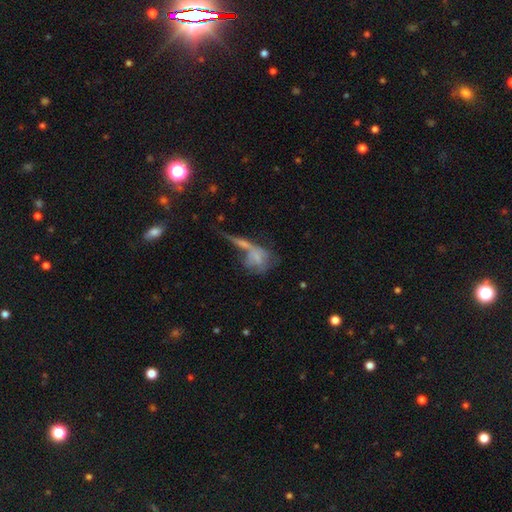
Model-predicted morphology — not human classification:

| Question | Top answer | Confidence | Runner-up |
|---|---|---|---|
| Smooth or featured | smooth | 46% | featured or disk (41%) |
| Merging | merger | 42% | none (29%) |